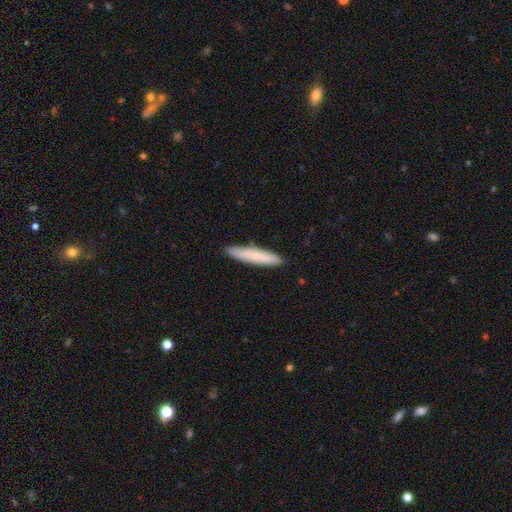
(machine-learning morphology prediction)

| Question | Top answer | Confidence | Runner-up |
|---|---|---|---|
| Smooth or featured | smooth | 78% | featured or disk (16%) |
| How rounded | cigar-shaped | 91% | in between (8%) |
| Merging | none | 88% | minor disturbance (9%) |